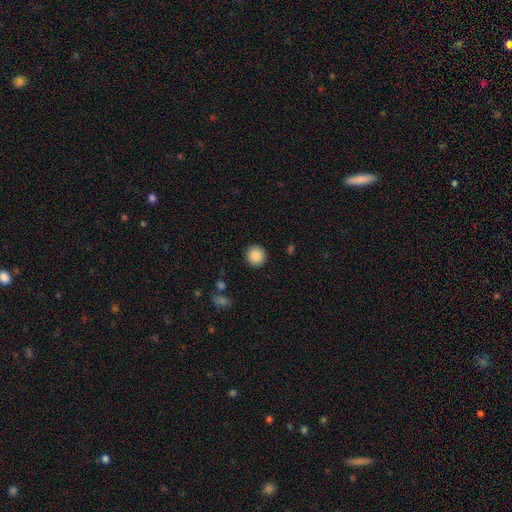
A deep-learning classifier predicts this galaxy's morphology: Smooth or featured?
  - smooth: 88% *
  - star or artifact: 8%
  - featured or disk: 4%
How rounded?
  - round: 90% *
  - in between: 9%
  - cigar-shaped: 1%
Merging?
  - none: 91% *
  - minor disturbance: 6%
  - major disturbance: 2%
  - merger: 1%